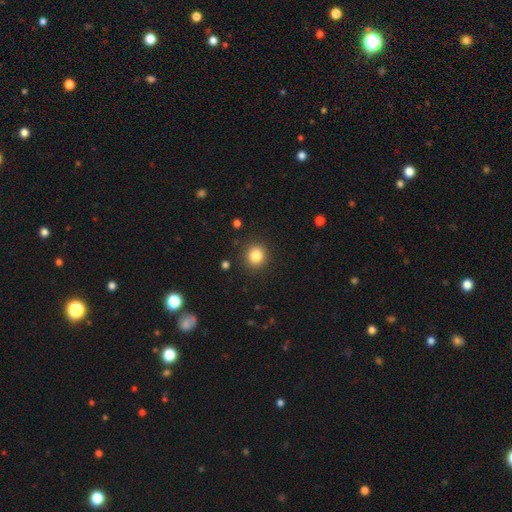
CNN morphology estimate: Smooth or featured? Predicted: smooth (p=0.83). How rounded? Predicted: round (p=0.89). Merging? Predicted: none (p=0.90).